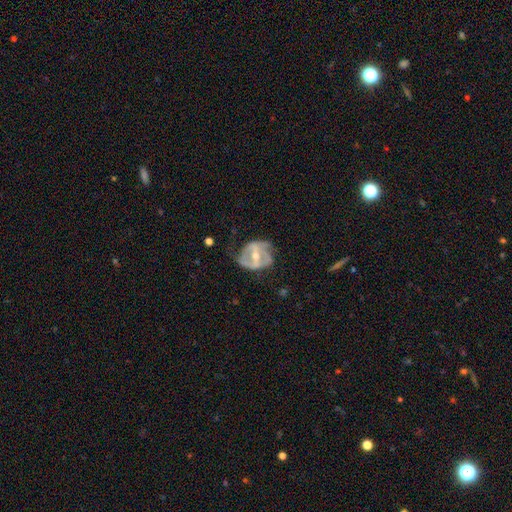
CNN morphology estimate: featured or disk 78%, smooth 16%, star or artifact 6%. Down the decision tree: edge-on disk — no (96%); bar — strong (54%); spiral arms — yes (68%); spiral arm count — 2 (62%); spiral winding — medium (42%); bulge size — moderate (60%); merging — none (51%).